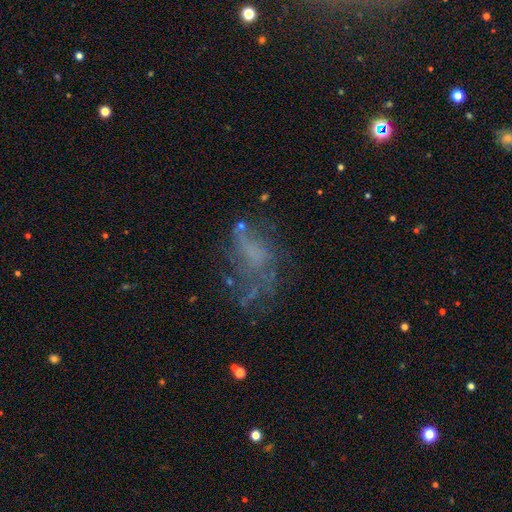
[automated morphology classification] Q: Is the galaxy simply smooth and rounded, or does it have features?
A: featured or disk — 52%.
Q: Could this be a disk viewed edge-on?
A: no — 97%.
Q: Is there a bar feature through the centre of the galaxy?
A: no — 83%.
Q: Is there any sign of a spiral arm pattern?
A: no — 73%.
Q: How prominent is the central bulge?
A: none — 72%.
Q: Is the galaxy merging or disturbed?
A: none — 40%.